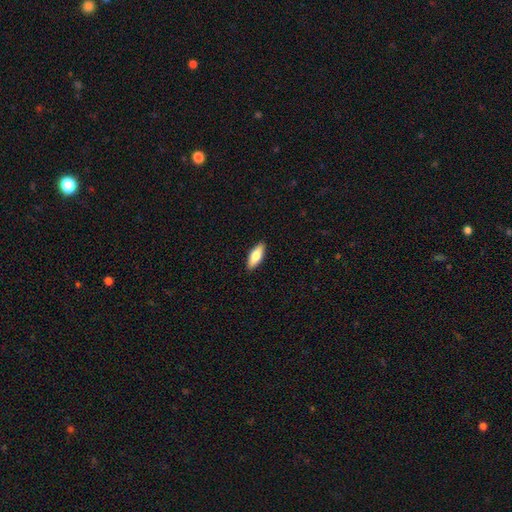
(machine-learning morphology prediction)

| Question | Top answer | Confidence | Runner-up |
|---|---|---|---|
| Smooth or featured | smooth | 77% | featured or disk (17%) |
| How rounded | in between | 74% | cigar-shaped (24%) |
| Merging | none | 90% | minor disturbance (8%) |